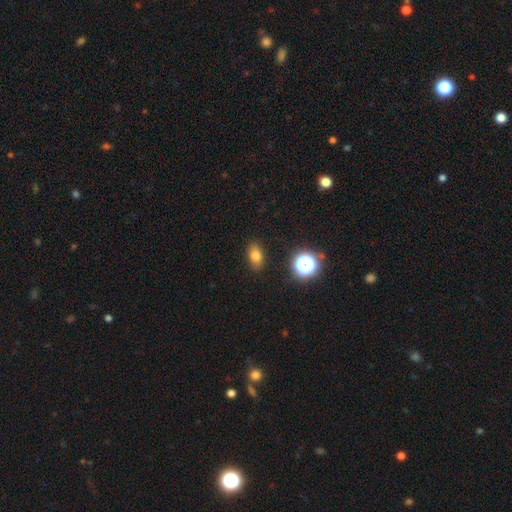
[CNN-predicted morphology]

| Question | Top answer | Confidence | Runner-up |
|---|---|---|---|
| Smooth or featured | smooth | 77% | star or artifact (14%) |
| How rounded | in between | 81% | round (16%) |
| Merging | none | 87% | minor disturbance (9%) |